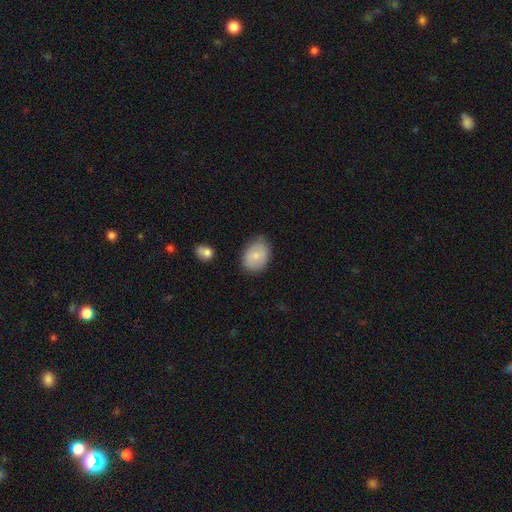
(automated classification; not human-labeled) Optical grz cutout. It shows a smooth galaxy with no disk features (77%) that is in between round and cigar-shaped (71%). Merging: none (75%).